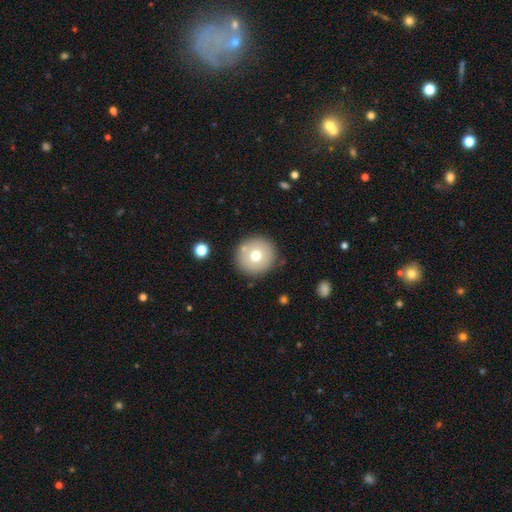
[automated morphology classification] Overall: smooth (70%). How rounded: round (95%). Merging: none (85%).